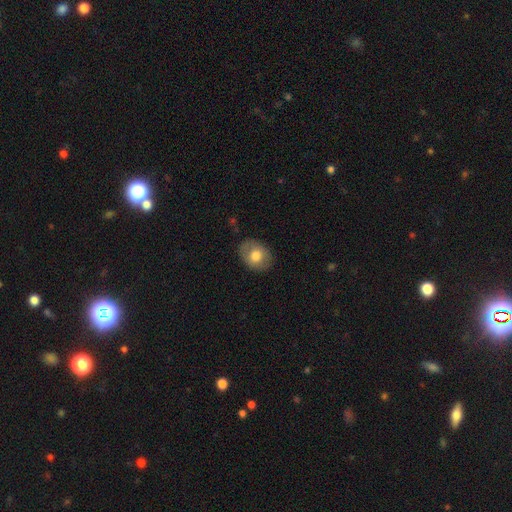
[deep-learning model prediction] Smooth or featured?
  - smooth: 74% *
  - featured or disk: 18%
  - star or artifact: 7%
How rounded?
  - in between: 60% *
  - round: 39%
  - cigar-shaped: 1%
Merging?
  - none: 83% *
  - minor disturbance: 13%
  - major disturbance: 3%
  - merger: 1%